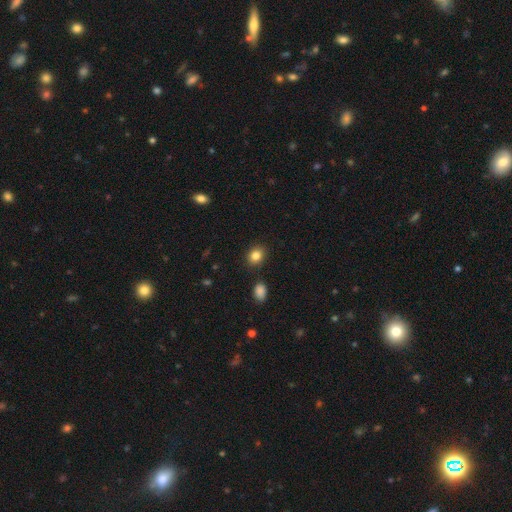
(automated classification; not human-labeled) Q: Smooth or featured?
A: smooth (85%); runner-up: star or artifact (10%)
Q: How rounded?
A: round (59%); runner-up: in between (40%)
Q: Merging?
A: none (85%); runner-up: minor disturbance (9%)